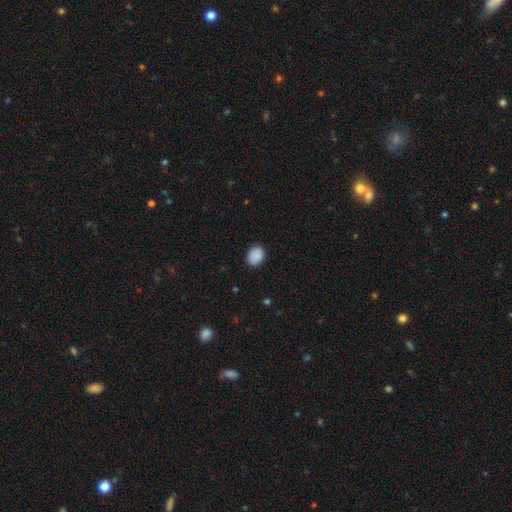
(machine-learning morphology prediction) A smooth galaxy with no disk features (89%) that is round (50%).

Vote fractions:
- Smooth or featured? smooth: 89% / star or artifact: 8% / featured or disk: 3%
- How rounded? round: 50% / in between: 49% / cigar-shaped: 1%
- Merging? none: 88% / minor disturbance: 9% / major disturbance: 2% / merger: 1%